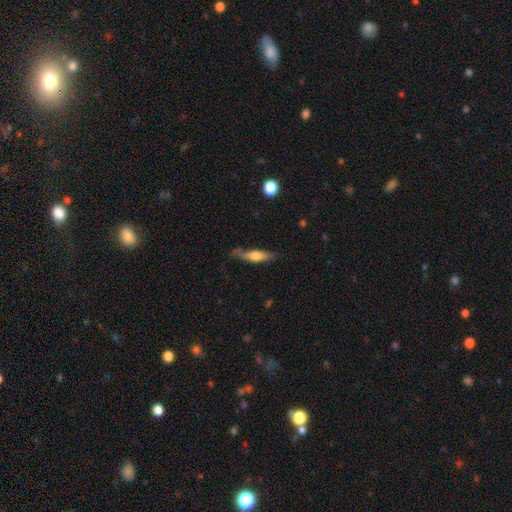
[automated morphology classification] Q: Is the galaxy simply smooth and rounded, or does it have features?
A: smooth — 52%.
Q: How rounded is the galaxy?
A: cigar-shaped — 77%.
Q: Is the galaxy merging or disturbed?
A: none — 65%.